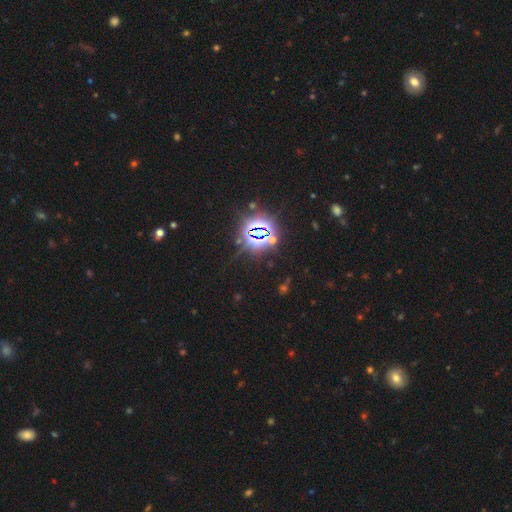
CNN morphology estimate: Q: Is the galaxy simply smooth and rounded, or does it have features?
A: star or artifact — 85%.